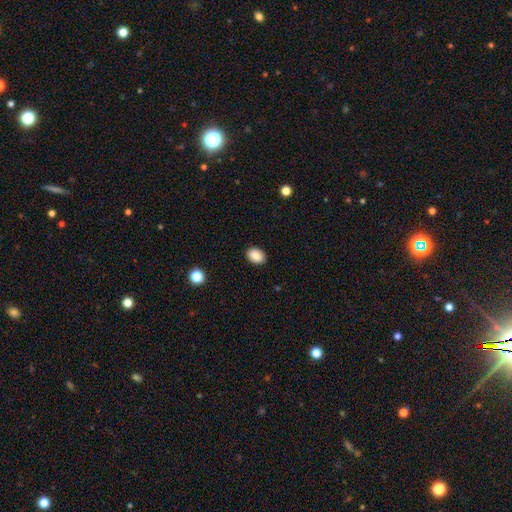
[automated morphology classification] Smooth or featured? Predicted: smooth (p=0.87). How rounded? Predicted: in between (p=0.75). Merging? Predicted: none (p=0.90).